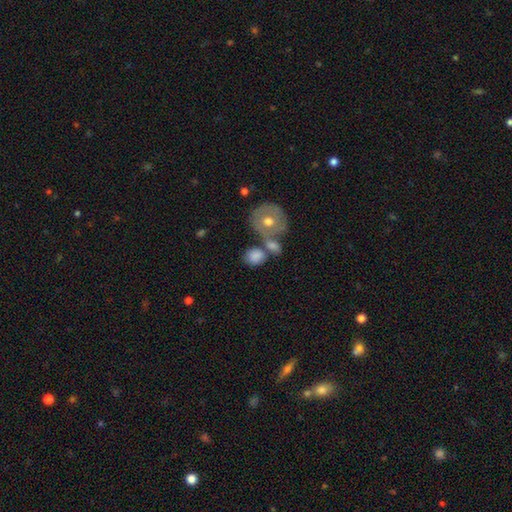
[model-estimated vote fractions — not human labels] Morphology: type=smooth (75%); roundness=round (52%); merging=merger (39%).